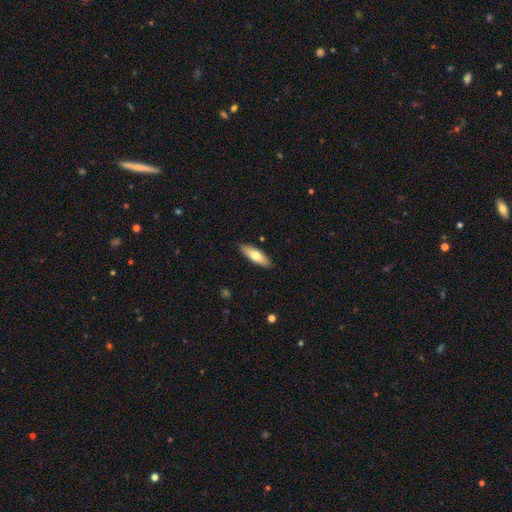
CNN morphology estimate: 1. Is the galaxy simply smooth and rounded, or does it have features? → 70% smooth, 24% featured or disk, 6% star or artifact.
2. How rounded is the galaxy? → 52% in between, 46% cigar-shaped, 2% round.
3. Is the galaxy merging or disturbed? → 88% none, 9% minor disturbance, 2% major disturbance, 1% merger.